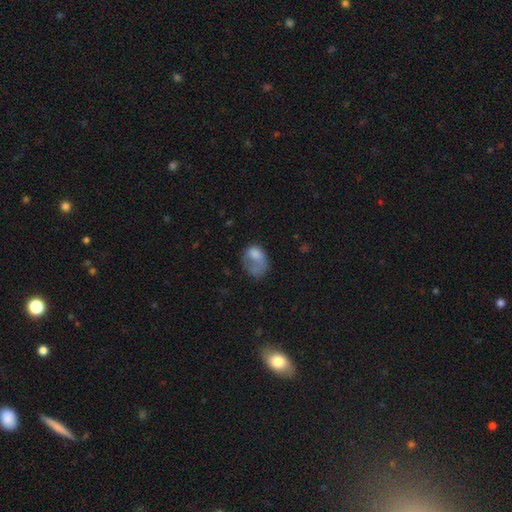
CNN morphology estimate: Smooth or featured?
  - smooth: 67% *
  - featured or disk: 24%
  - star or artifact: 9%
How rounded?
  - in between: 68% *
  - round: 31%
  - cigar-shaped: 1%
Merging?
  - major disturbance: 47% *
  - none: 24%
  - minor disturbance: 24%
  - merger: 5%